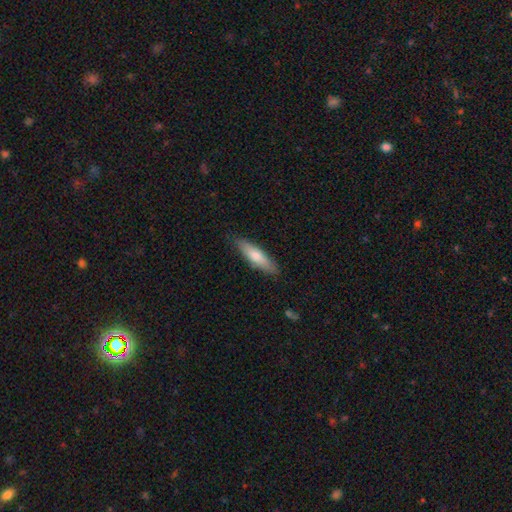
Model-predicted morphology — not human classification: Smooth or featured? Predicted: smooth (p=0.69). How rounded? Predicted: cigar-shaped (p=0.73). Merging? Predicted: none (p=0.86).